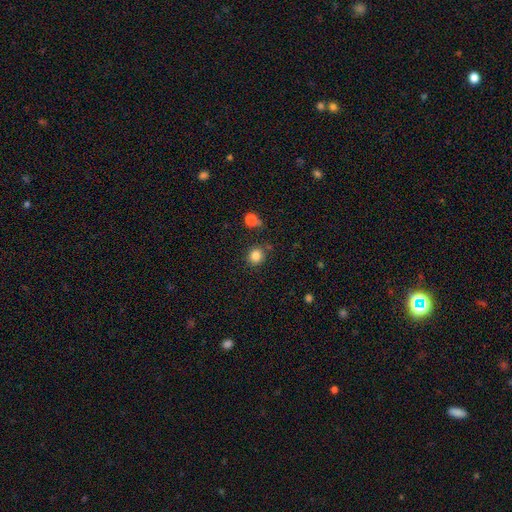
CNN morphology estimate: A smooth galaxy with no disk features (84%) that is round (85%). Merging: none (82%).